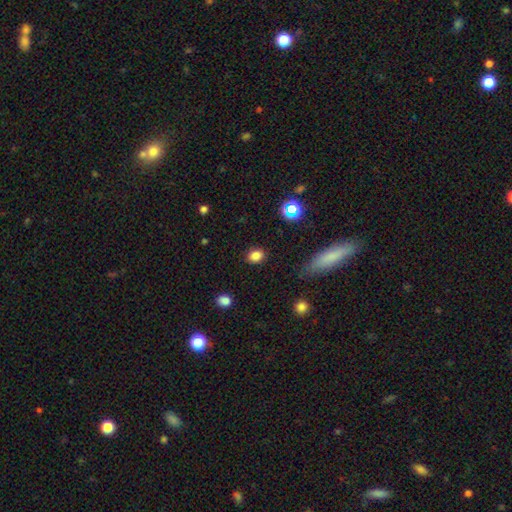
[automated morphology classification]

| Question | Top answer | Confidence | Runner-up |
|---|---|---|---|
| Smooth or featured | smooth | 83% | star or artifact (12%) |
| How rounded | in between | 52% | round (47%) |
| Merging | none | 87% | minor disturbance (9%) |